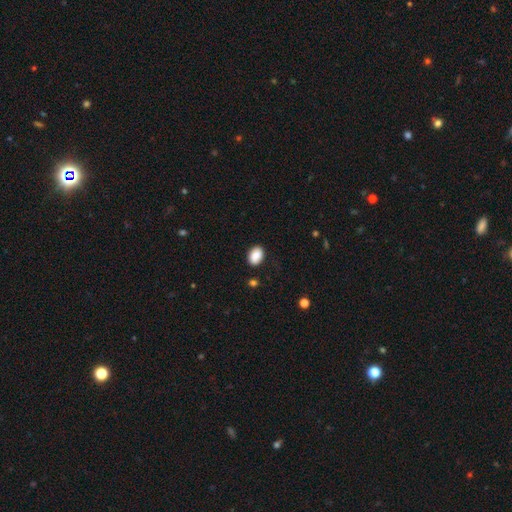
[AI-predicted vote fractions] A smooth galaxy with no disk features (88%) that is in between round and cigar-shaped (81%).

Vote fractions:
- Smooth or featured? smooth: 88% / star or artifact: 7% / featured or disk: 4%
- How rounded? in between: 81% / round: 17% / cigar-shaped: 1%
- Merging? none: 86% / minor disturbance: 10% / major disturbance: 2% / merger: 1%